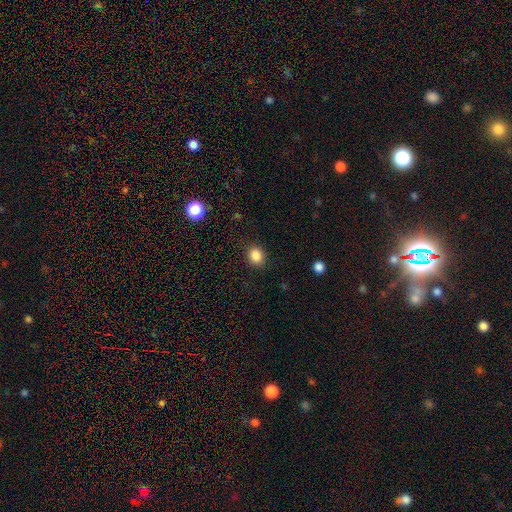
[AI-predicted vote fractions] This is clearly a smooth galaxy (86%). How rounded: likely round (62%). Merging: clearly none (88%).